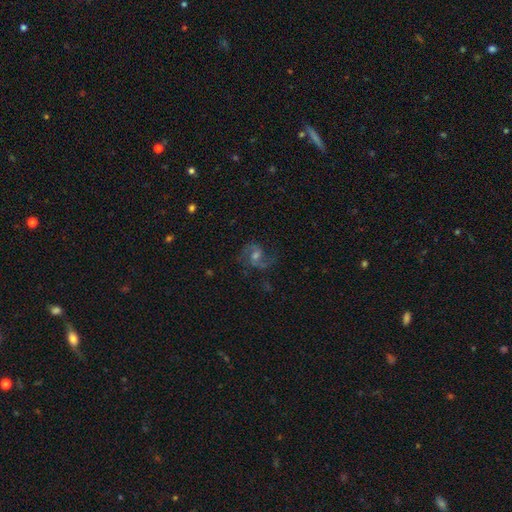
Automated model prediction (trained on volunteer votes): Q: Smooth or featured?
A: featured or disk (84%); runner-up: star or artifact (9%)
Q: Edge-on disk?
A: no (98%); runner-up: yes (2%)
Q: Bar?
A: weak (46%); runner-up: no (43%)
Q: Spiral arms?
A: yes (97%); runner-up: no (3%)
Q: Spiral winding?
A: medium (55%); runner-up: loose (32%)
Q: Spiral arm count?
A: 2 (90%); runner-up: can't tell (3%)
Q: Bulge size?
A: moderate (55%); runner-up: small (34%)
Q: Merging?
A: none (76%); runner-up: minor disturbance (14%)